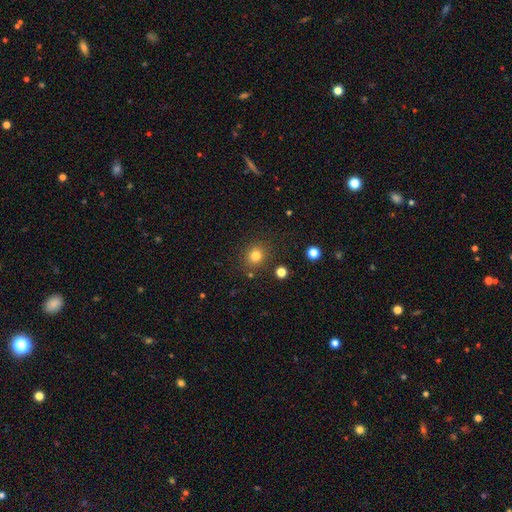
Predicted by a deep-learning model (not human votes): A smooth galaxy with no disk features (79%) that is round (82%).

Vote fractions:
- Smooth or featured? smooth: 79% / star or artifact: 14% / featured or disk: 6%
- How rounded? round: 82% / in between: 17% / cigar-shaped: 1%
- Merging? none: 85% / minor disturbance: 9% / merger: 3% / major disturbance: 3%